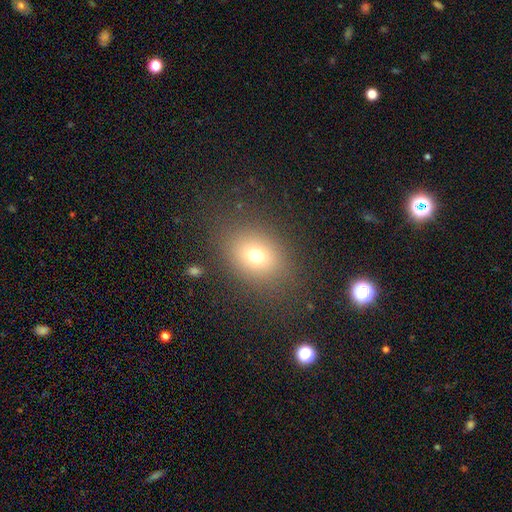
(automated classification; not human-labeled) This is likely a smooth galaxy (70%). How rounded: possibly in between (53%). Merging: clearly none (82%).